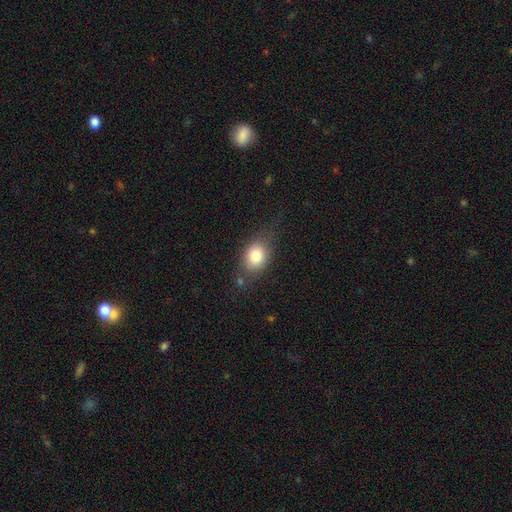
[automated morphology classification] Smooth or featured? smooth (80%)
How rounded? in between (64%)
Merging? none (61%)